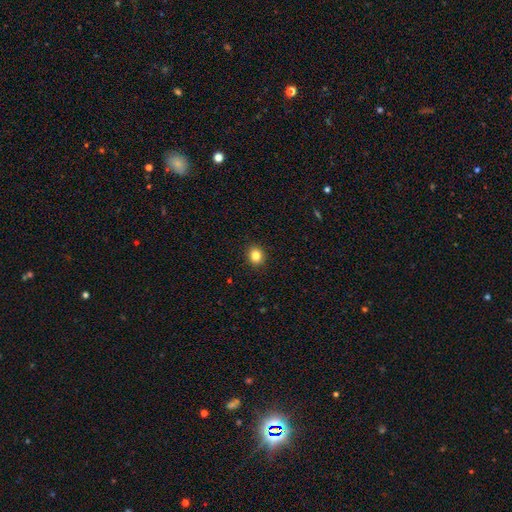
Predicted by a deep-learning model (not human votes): smooth-or-featured: smooth: 84% | star or artifact: 11% | featured or disk: 5%
  how-rounded: round: 74% | in between: 25% | cigar-shaped: 1%
  merging: none: 92% | minor disturbance: 6% | major disturbance: 2% | merger: 1%